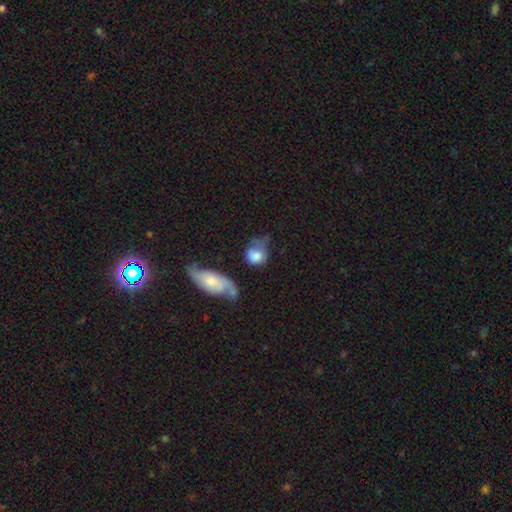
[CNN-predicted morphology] smooth_or_featured: smooth (p=0.70) [alt: featured or disk p=0.22]
how_rounded: round (p=0.59) [alt: in between p=0.39]
merging: none (p=0.30) [alt: minor disturbance p=0.27]